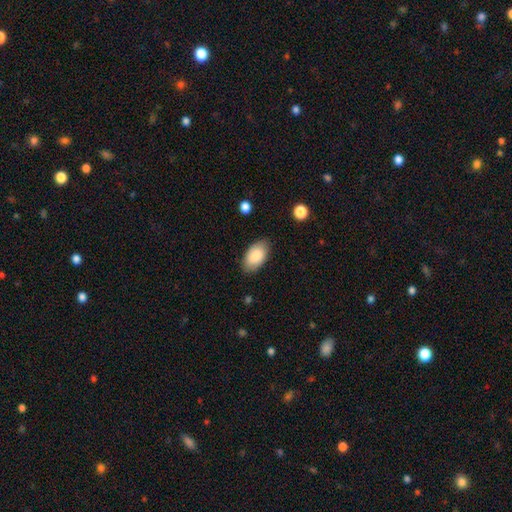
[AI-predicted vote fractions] smooth_or_featured: smooth (p=0.88) [alt: featured or disk p=0.06]
how_rounded: in between (p=0.95) [alt: round p=0.04]
merging: none (p=0.84) [alt: minor disturbance p=0.12]